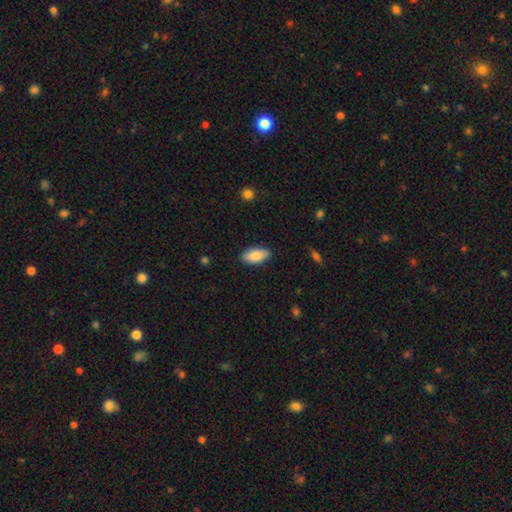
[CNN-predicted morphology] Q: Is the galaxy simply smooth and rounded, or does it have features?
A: smooth — 86%.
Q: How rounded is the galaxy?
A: in between — 89%.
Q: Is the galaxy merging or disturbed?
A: none — 87%.